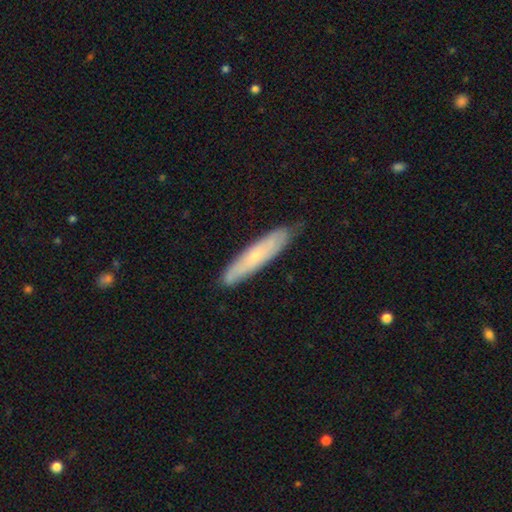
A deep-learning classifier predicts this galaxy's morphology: This appears to be a smooth galaxy with no disk features (51%) that is cigar-shaped (84%). Merging: none (79%).